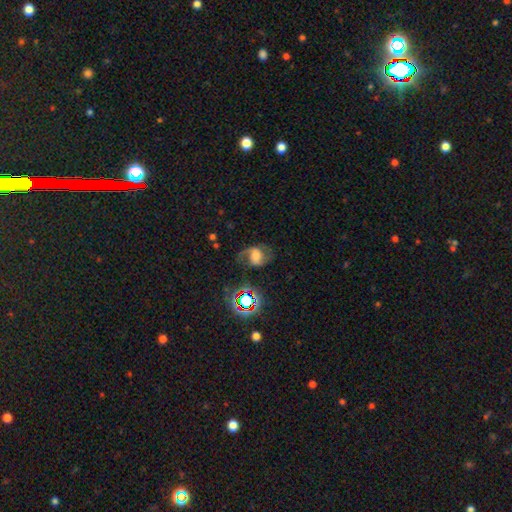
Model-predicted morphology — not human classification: A featured or disk galaxy (65%) with a weak bar (44%), 2 (85%) loose (47%) spiral arms (92%) and a large central bulge (30%). Merging: none (60%).